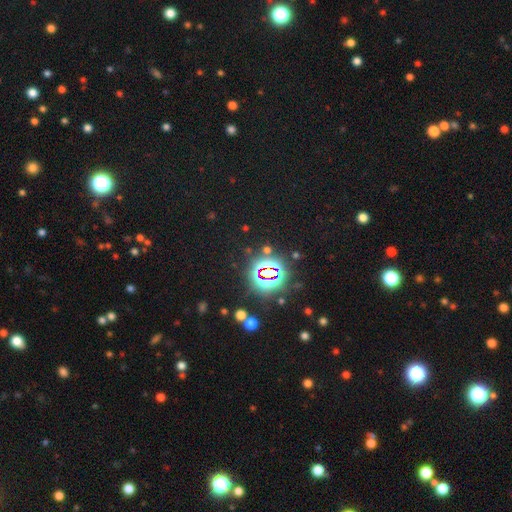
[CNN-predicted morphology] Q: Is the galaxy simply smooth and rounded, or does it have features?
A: star or artifact — 76%.